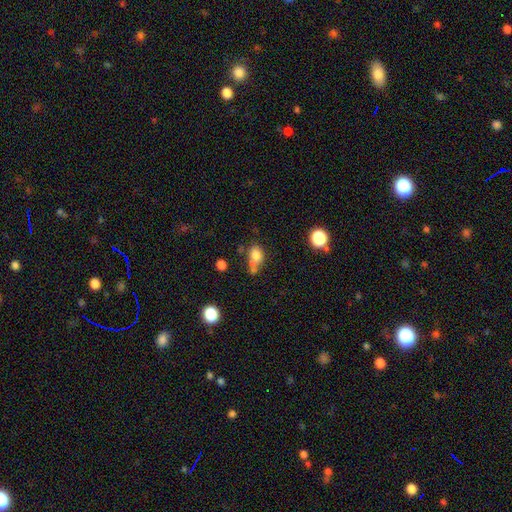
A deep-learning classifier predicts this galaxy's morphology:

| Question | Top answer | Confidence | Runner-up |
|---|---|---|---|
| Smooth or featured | smooth | 77% | star or artifact (12%) |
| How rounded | in between | 59% | round (39%) |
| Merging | none | 41% | merger (34%) |